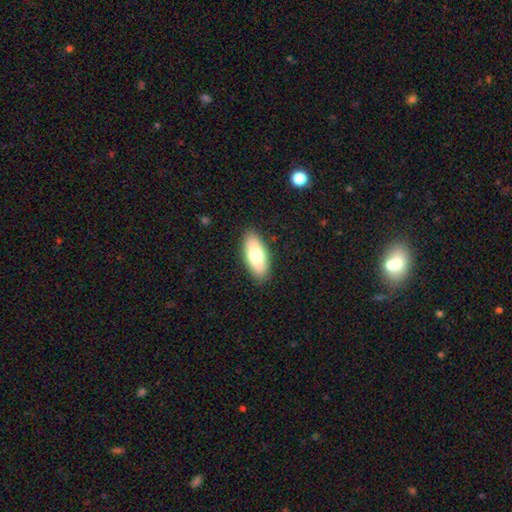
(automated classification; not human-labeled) Smooth or featured?
  - smooth: 73% *
  - featured or disk: 21%
  - star or artifact: 6%
How rounded?
  - in between: 84% *
  - cigar-shaped: 14%
  - round: 2%
Merging?
  - none: 89% *
  - minor disturbance: 8%
  - major disturbance: 2%
  - merger: 1%